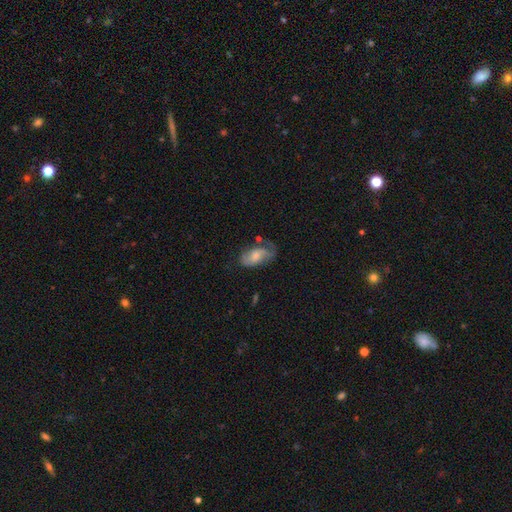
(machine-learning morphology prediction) Q: Smooth or featured?
A: featured or disk (49%); runner-up: smooth (43%)
Q: Merging?
A: none (45%); runner-up: minor disturbance (30%)